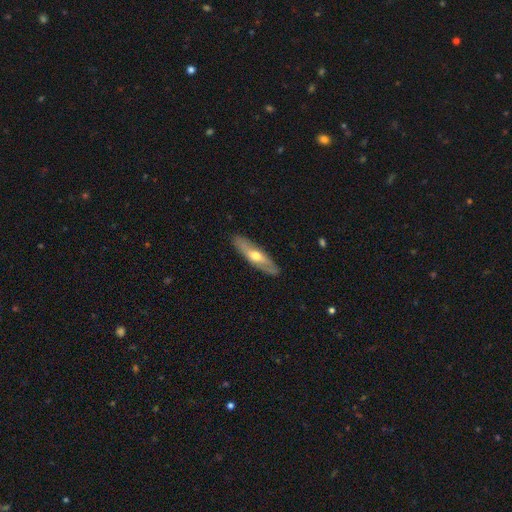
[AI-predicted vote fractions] Smooth or featured: featured or disk — 52% (smooth — 43%)
Edge-on disk: yes — 55% (no — 45%)
Merging: none — 87% (minor disturbance — 10%)